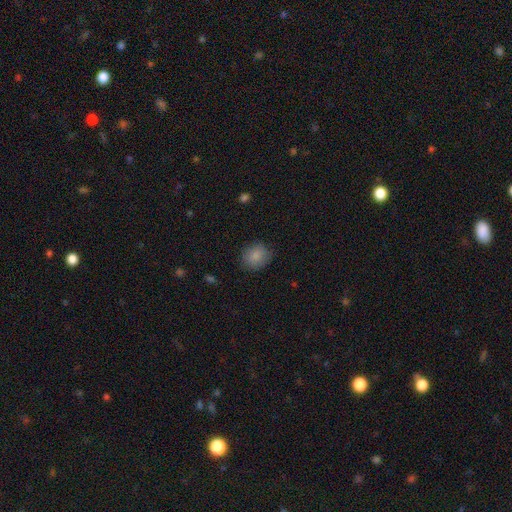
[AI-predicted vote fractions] Morphology: type=smooth (86%); roundness=round (70%); merging=none (81%).